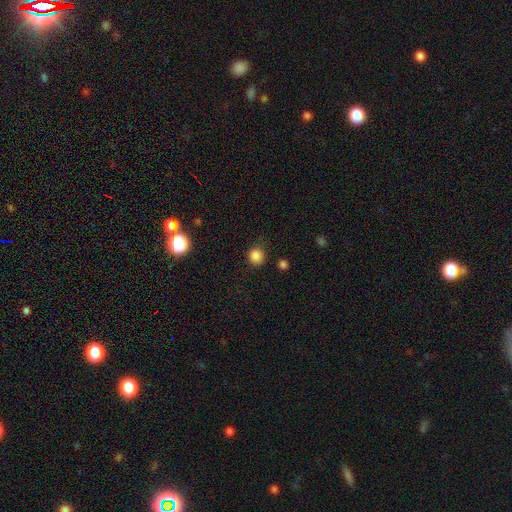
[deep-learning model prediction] The model was most divided on "merging": none: 81%, minor disturbance: 13%, major disturbance: 4%, merger: 2%. More confident: how rounded — round (87%); smooth or featured — smooth (84%).